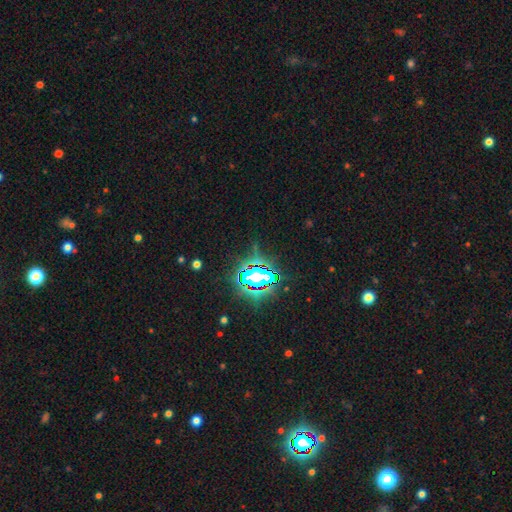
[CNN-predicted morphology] A star or artifact, not a galaxy (83%).

Vote fractions:
- Smooth or featured? star or artifact: 83% / smooth: 10% / featured or disk: 7%